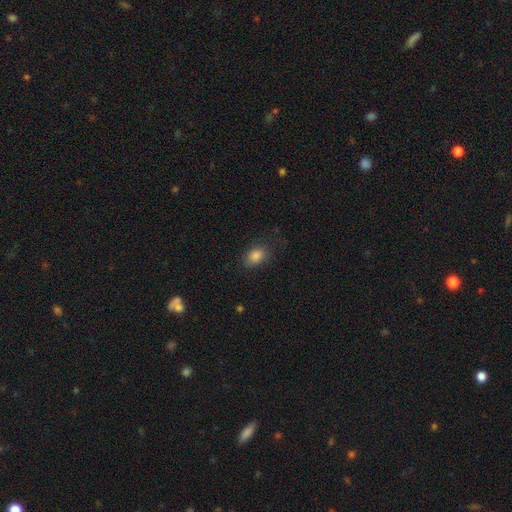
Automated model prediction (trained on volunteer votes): This is clearly a smooth galaxy (84%). How rounded: likely in between (75%). Merging: likely none (76%).